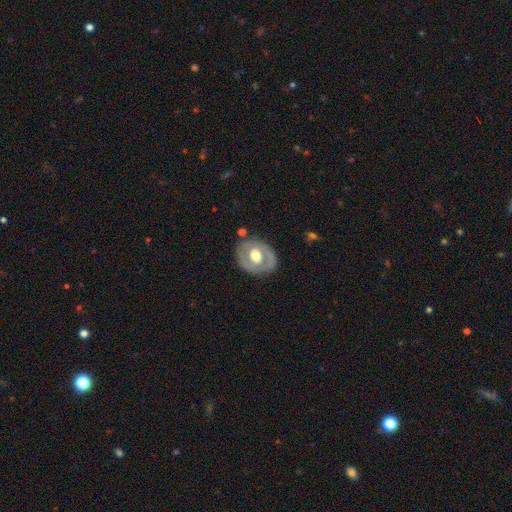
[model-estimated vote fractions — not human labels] Smooth or featured: featured or disk — 57% (smooth — 37%)
Edge-on disk: no — 94% (yes — 6%)
Bar: no — 69% (weak — 23%)
Spiral arms: no — 81% (yes — 19%)
Bulge size: moderate — 57% (large — 36%)
Merging: none — 78% (minor disturbance — 14%)